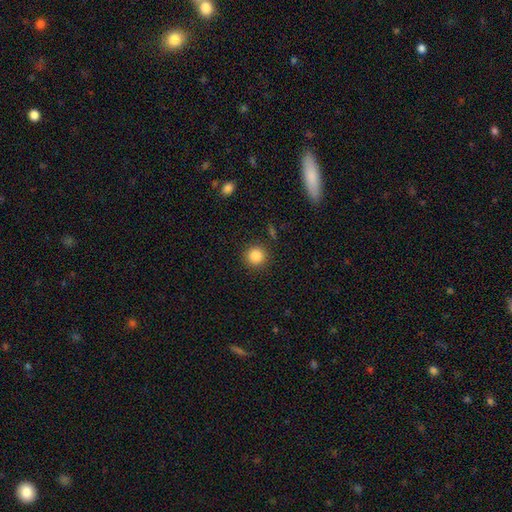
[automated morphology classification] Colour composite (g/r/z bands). It shows a smooth galaxy with no disk features (86%) that is round (94%). Merging: none (90%).